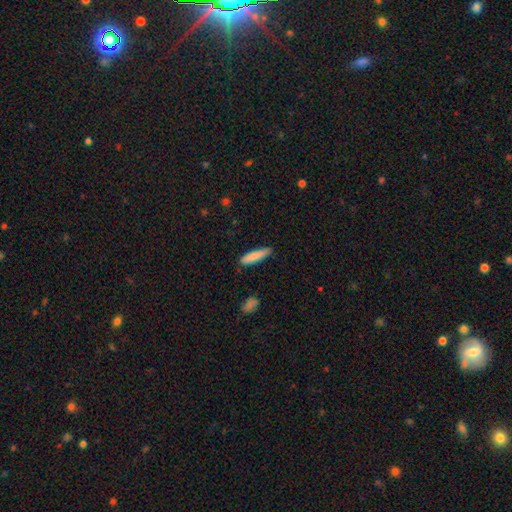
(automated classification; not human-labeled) Overall: smooth (84%). How rounded: cigar-shaped (80%). Merging: none (80%).